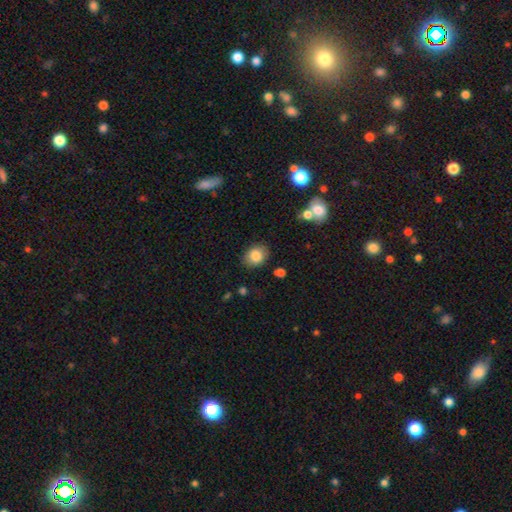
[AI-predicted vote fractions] Smooth or featured? Predicted: smooth (p=0.84). How rounded? Predicted: in between (p=0.55). Merging? Predicted: none (p=0.83).